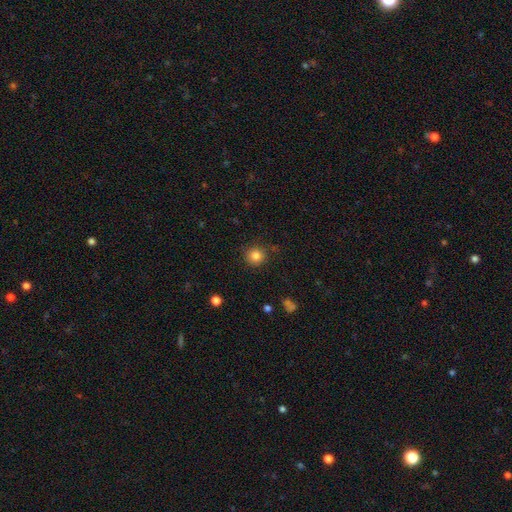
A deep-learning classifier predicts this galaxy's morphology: Smooth or featured? smooth (83%)
How rounded? round (93%)
Merging? none (87%)